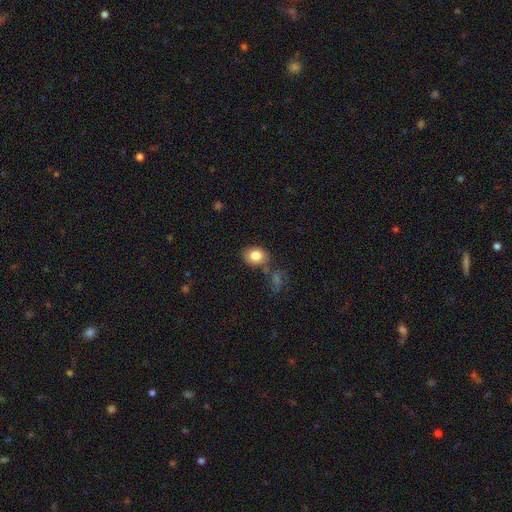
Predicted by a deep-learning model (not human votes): Morphology: type=smooth (83%); roundness=in between (55%); merging=none (69%).